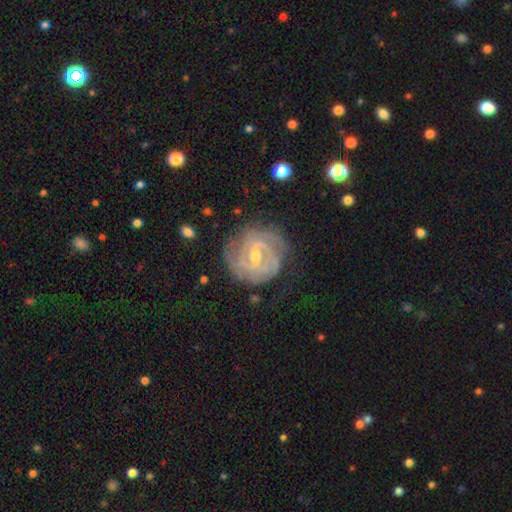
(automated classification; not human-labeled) featured or disk 88%, smooth 7%, star or artifact 5%. Down the decision tree: edge-on disk — no (97%); bar — weak (53%); spiral arms — yes (96%); spiral arm count — 2 (30%); spiral winding — tight (73%); bulge size — moderate (52%); merging — none (75%).